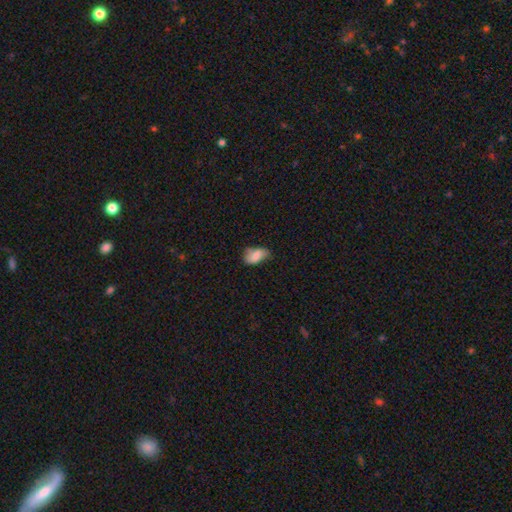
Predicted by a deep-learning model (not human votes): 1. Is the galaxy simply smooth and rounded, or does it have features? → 74% smooth, 17% featured or disk, 8% star or artifact.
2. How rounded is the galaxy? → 91% in between, 7% round, 2% cigar-shaped.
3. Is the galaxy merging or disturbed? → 49% none, 36% minor disturbance, 11% major disturbance, 3% merger.